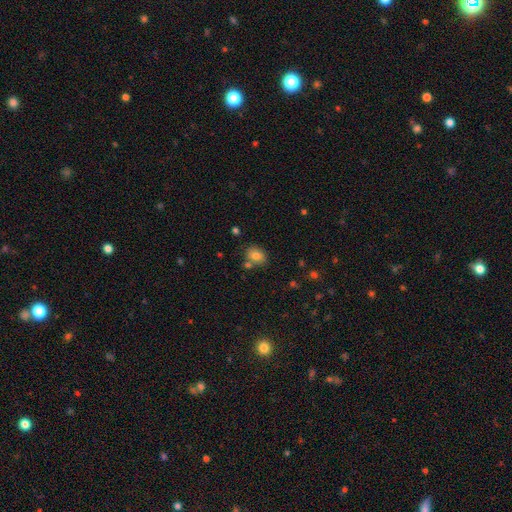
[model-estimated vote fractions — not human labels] Smooth or featured? smooth (81%)
How rounded? in between (63%)
Merging? none (69%)